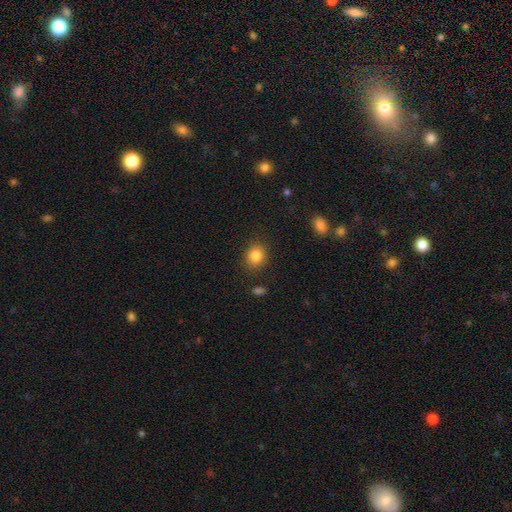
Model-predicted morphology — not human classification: A smooth galaxy with no disk features (84%) that is round (68%).

Vote fractions:
- Smooth or featured? smooth: 84% / star or artifact: 10% / featured or disk: 6%
- How rounded? round: 68% / in between: 31% / cigar-shaped: 1%
- Merging? none: 86% / minor disturbance: 9% / major disturbance: 3% / merger: 2%